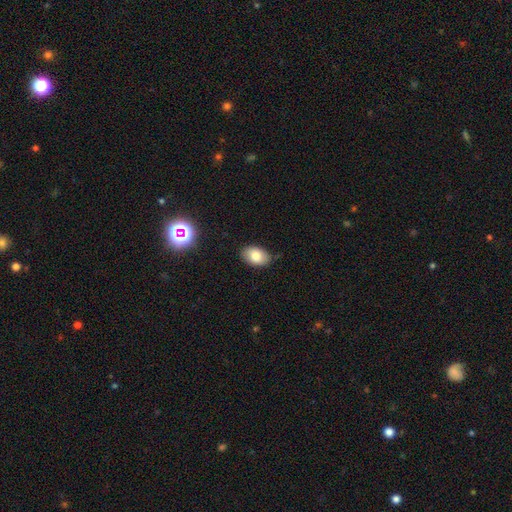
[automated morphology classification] Smooth or featured? Predicted: smooth (p=0.80). How rounded? Predicted: in between (p=0.88). Merging? Predicted: none (p=0.80).